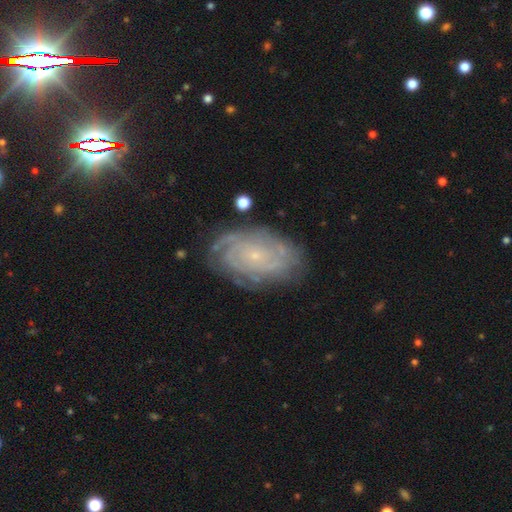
Volunteers were most divided on "spiral arm count": 3: 38%, can't tell: 28%, 2: 22%, 4: 6%, 1: 3%, more than 4: 3%. More confident: spiral arms — yes (97%); edge-on disk — no (94%); smooth or featured — featured or disk (90%); bulge size — small (88%); merging — none (84%); bar — no (70%); spiral winding — tight (69%).